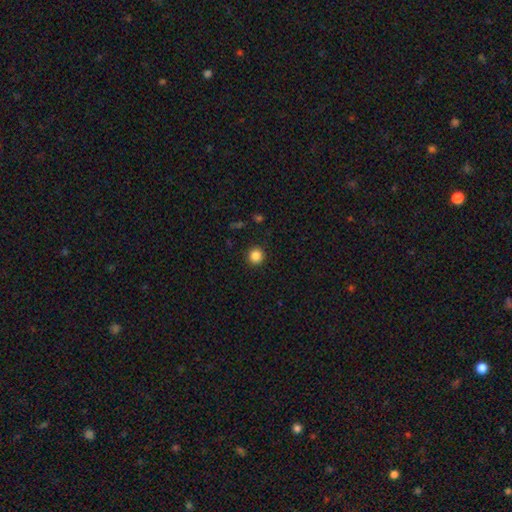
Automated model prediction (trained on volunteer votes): smooth-or-featured: smooth: 86% | star or artifact: 11% | featured or disk: 4%
  how-rounded: round: 93% | in between: 6% | cigar-shaped: 1%
  merging: none: 92% | minor disturbance: 5% | major disturbance: 2% | merger: 1%